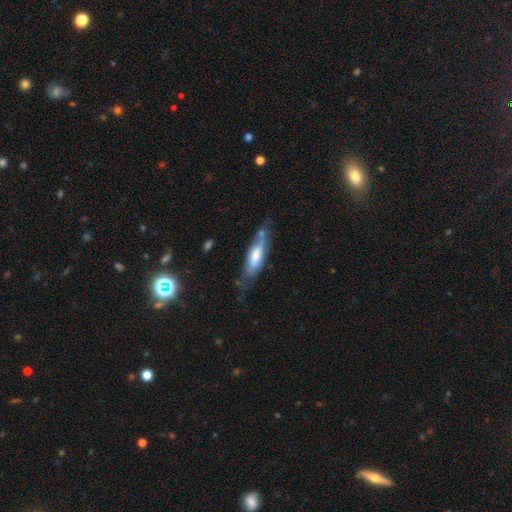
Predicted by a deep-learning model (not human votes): Overall: smooth (50%; featured or disk 44%). How rounded: cigar-shaped (56%; in between 42%). Merging: none (52%; minor disturbance 29%).